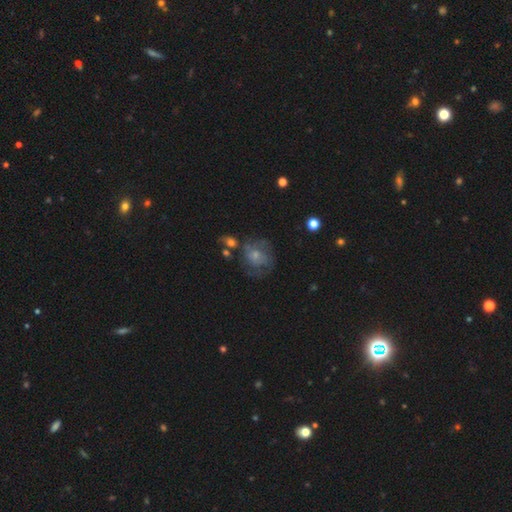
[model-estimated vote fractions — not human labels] The model was most divided on "smooth or featured": featured or disk: 48%, smooth: 42%, star or artifact: 10%. Remaining: merging — none (46%).